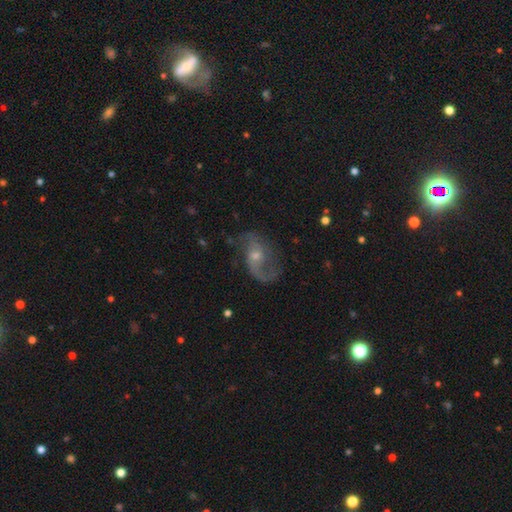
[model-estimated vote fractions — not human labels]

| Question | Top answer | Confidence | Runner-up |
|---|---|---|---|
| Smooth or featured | featured or disk | 82% | smooth (10%) |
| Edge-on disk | no | 97% | yes (3%) |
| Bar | no | 60% | weak (33%) |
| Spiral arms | yes | 94% | no (6%) |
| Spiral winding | loose | 59% | medium (32%) |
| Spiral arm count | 2 | 81% | 1 (11%) |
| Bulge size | small | 53% | moderate (40%) |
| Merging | none | 65% | minor disturbance (19%) |